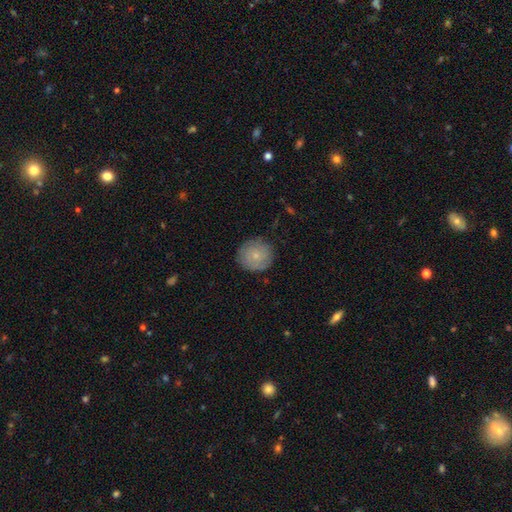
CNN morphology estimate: A smooth galaxy with no disk features (67%) that is round (91%).

Vote fractions:
- Smooth or featured? smooth: 67% / featured or disk: 26% / star or artifact: 7%
- How rounded? round: 91% / in between: 8% / cigar-shaped: 1%
- Merging? none: 83% / minor disturbance: 13% / major disturbance: 3% / merger: 1%